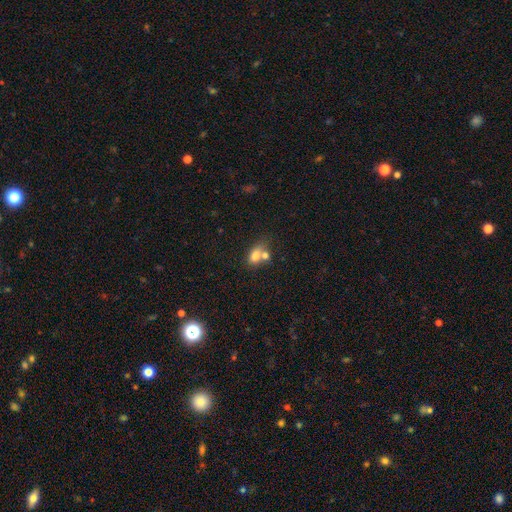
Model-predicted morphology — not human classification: This is likely a smooth galaxy (74%). How rounded: likely in between (72%). Merging: possibly merger (50%).